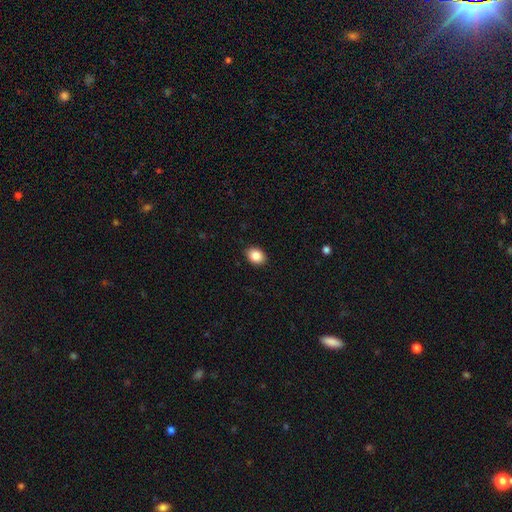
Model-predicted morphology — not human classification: Smooth or featured?
  - smooth: 87% *
  - star or artifact: 8%
  - featured or disk: 5%
How rounded?
  - in between: 66% *
  - round: 33%
  - cigar-shaped: 1%
Merging?
  - none: 89% *
  - minor disturbance: 8%
  - major disturbance: 2%
  - merger: 1%